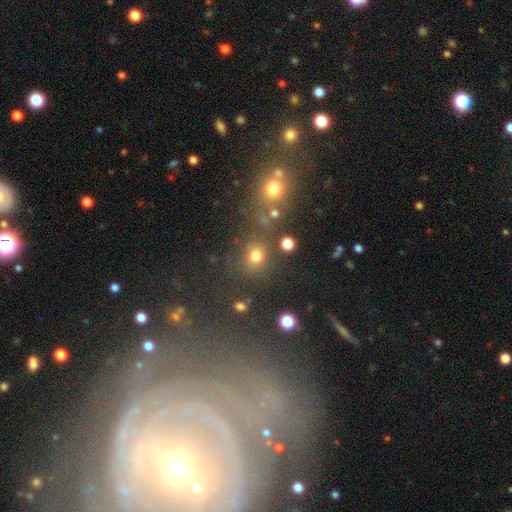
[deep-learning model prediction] Overall: smooth (73%). How rounded: round (77%). Merging: none (68%).